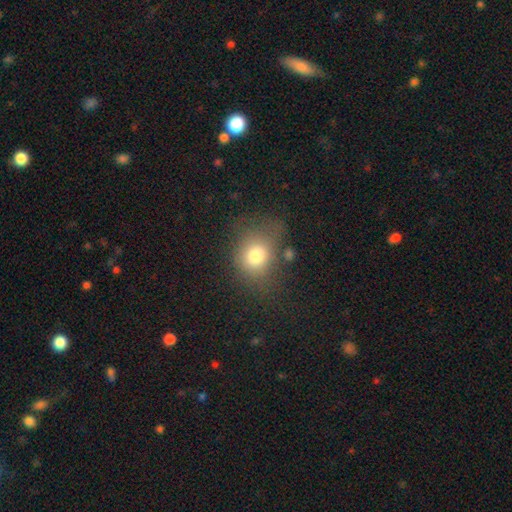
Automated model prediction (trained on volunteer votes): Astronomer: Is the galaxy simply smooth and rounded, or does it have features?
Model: smooth — 77%.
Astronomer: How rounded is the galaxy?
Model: round — 61% (runner-up: in between, 38%).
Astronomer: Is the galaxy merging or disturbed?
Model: none — 59%.